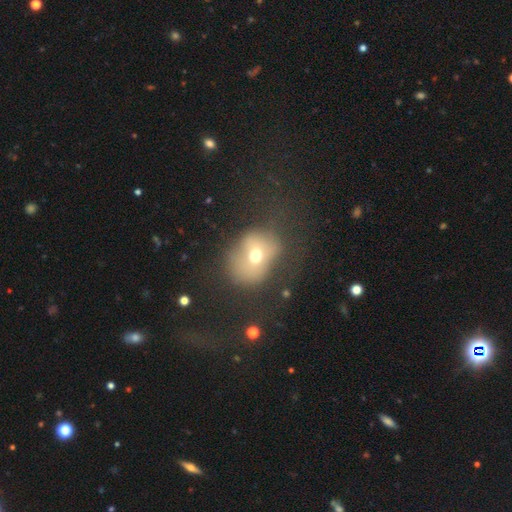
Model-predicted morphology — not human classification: type=smooth (62%); roundness=round (56%); merging=none (44%).